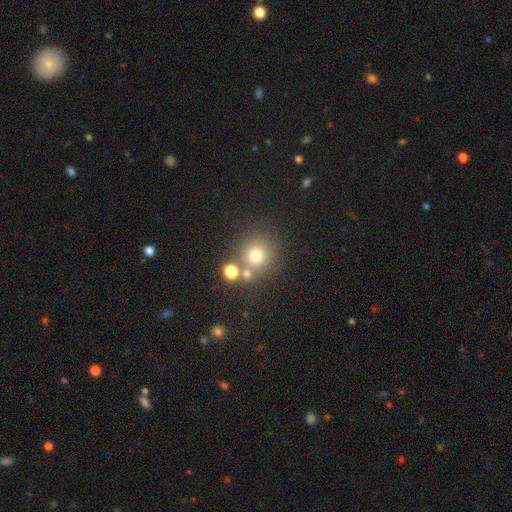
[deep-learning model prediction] Smooth or featured?
  - smooth: 72% *
  - star or artifact: 18%
  - featured or disk: 10%
How rounded?
  - round: 93% *
  - in between: 6%
  - cigar-shaped: 1%
Merging?
  - none: 69% *
  - merger: 18%
  - minor disturbance: 9%
  - major disturbance: 4%